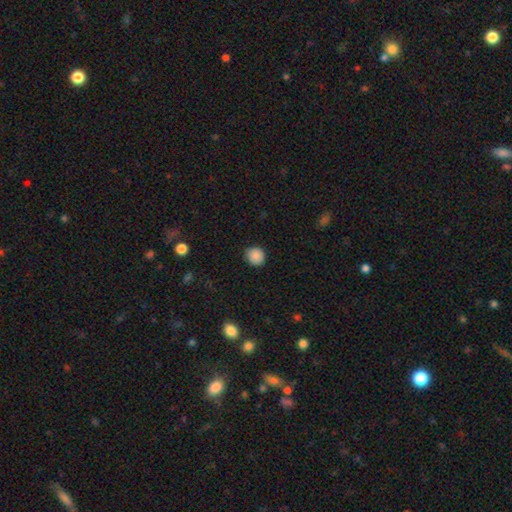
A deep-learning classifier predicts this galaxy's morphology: Overall: smooth (88%). How rounded: round (85%). Merging: none (87%).